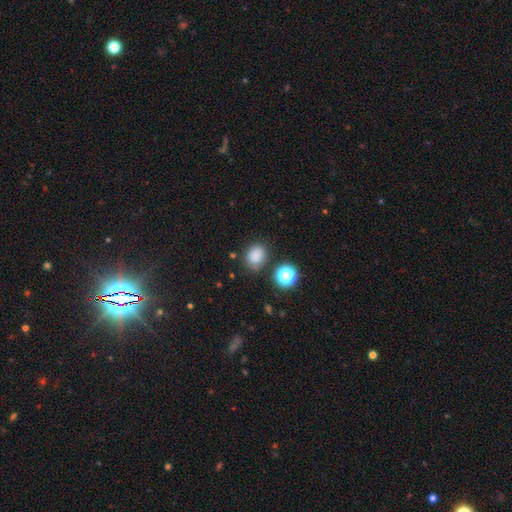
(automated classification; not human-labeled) The model was most divided on "how rounded": round: 51%, in between: 48%, cigar-shaped: 1%. More confident: smooth or featured — smooth (81%); merging — none (76%).